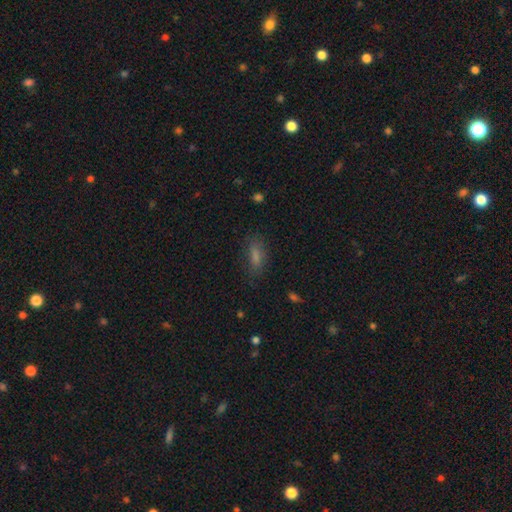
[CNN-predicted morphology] This appears to be a smooth galaxy with no disk features (67%) that is in between round and cigar-shaped (63%). Merging: none (78%).